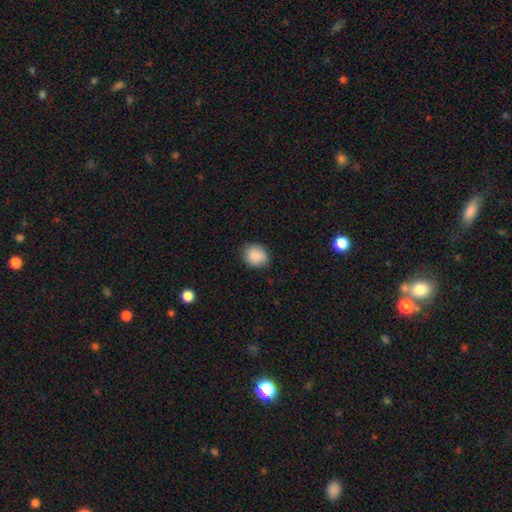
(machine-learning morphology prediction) Smooth or featured? smooth (89%)
How rounded? round (64%)
Merging? none (83%)